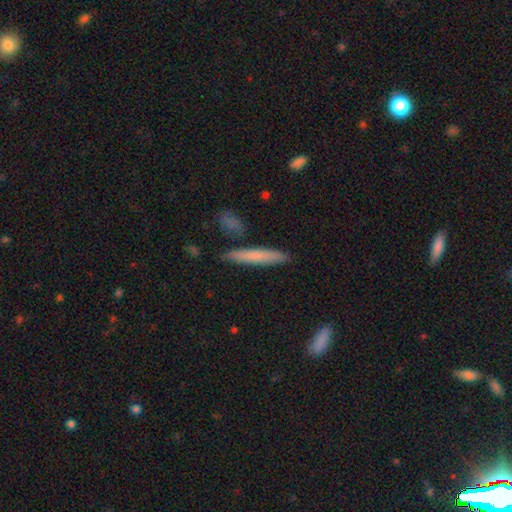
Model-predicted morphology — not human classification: A smooth galaxy with no disk features (67%) that is cigar-shaped (94%). Merging: none (85%).